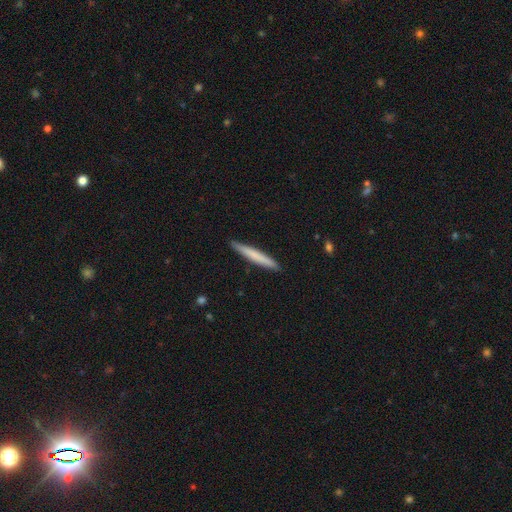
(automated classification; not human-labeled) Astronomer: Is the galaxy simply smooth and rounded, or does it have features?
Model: smooth — 69%.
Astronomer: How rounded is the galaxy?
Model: cigar-shaped — 96%.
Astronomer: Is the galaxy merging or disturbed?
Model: none — 91%.